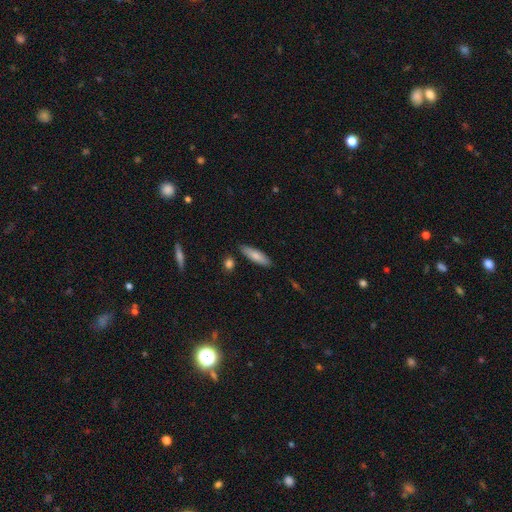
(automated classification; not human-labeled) Smooth or featured? smooth (80%)
How rounded? cigar-shaped (58%)
Merging? none (85%)